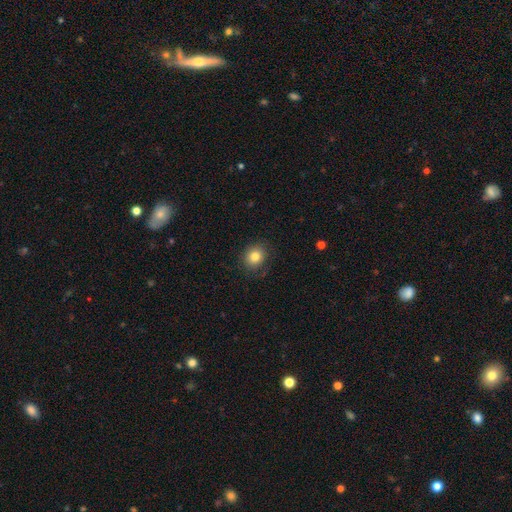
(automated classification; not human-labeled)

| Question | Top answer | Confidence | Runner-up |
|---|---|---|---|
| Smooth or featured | smooth | 81% | star or artifact (10%) |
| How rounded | round | 75% | in between (25%) |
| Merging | none | 82% | minor disturbance (13%) |